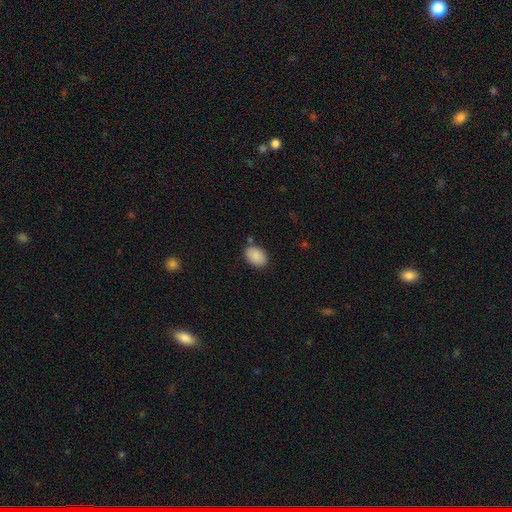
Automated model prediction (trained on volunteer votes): smooth 89%, star or artifact 7%, featured or disk 4%. Down the decision tree: how rounded — in between (82%); merging — none (79%).